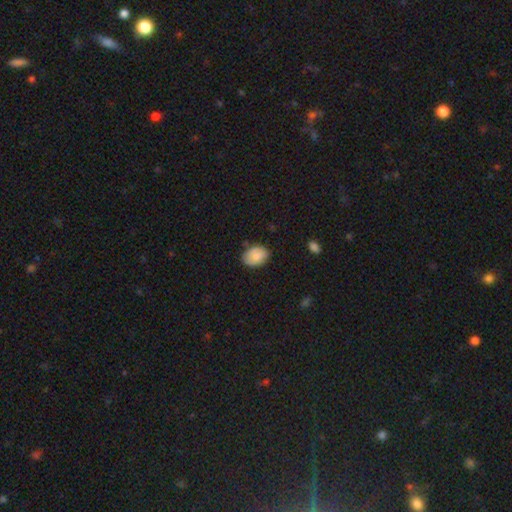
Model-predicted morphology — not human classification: A smooth galaxy with no disk features (84%) that is in between round and cigar-shaped (77%).

Vote fractions:
- Smooth or featured? smooth: 84% / featured or disk: 9% / star or artifact: 7%
- How rounded? in between: 77% / round: 22% / cigar-shaped: 1%
- Merging? none: 78% / minor disturbance: 17% / major disturbance: 3% / merger: 2%